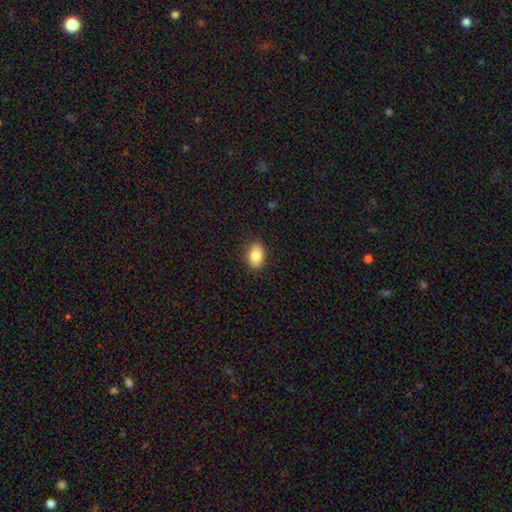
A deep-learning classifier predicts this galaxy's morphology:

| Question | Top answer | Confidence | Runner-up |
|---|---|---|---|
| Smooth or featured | smooth | 83% | featured or disk (9%) |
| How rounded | in between | 81% | round (17%) |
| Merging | none | 87% | minor disturbance (10%) |